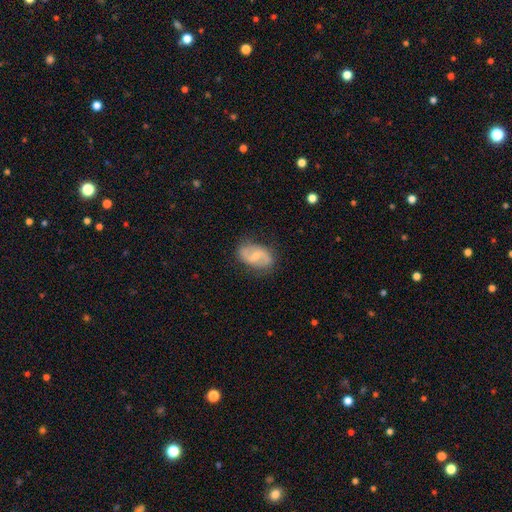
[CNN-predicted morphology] The model was most divided on "spiral winding": loose: 44%, medium: 42%, tight: 14%. More confident: edge-on disk — no (97%); spiral arms — yes (91%); spiral arm count — 2 (90%); merging — none (78%); smooth or featured — featured or disk (72%); bulge size — small (54%); bar — weak (52%).